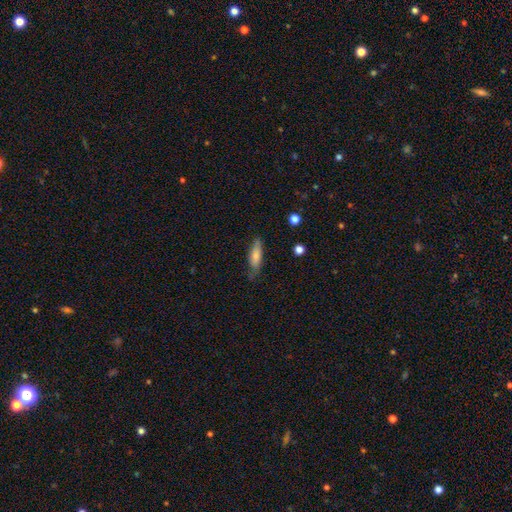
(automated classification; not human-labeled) smooth_or_featured: smooth (p=0.71) [alt: featured or disk p=0.23]
how_rounded: in between (p=0.52) [alt: cigar-shaped p=0.46]
merging: none (p=0.68) [alt: minor disturbance p=0.24]